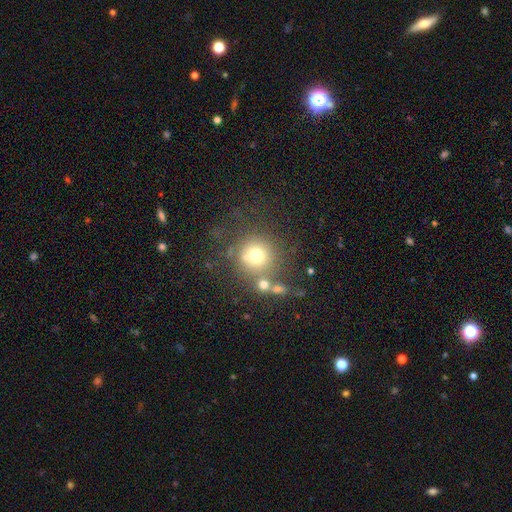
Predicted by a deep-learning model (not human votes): Q: Smooth or featured?
A: smooth (69%); runner-up: featured or disk (16%)
Q: How rounded?
A: round (92%); runner-up: in between (7%)
Q: Merging?
A: none (61%); runner-up: merger (19%)